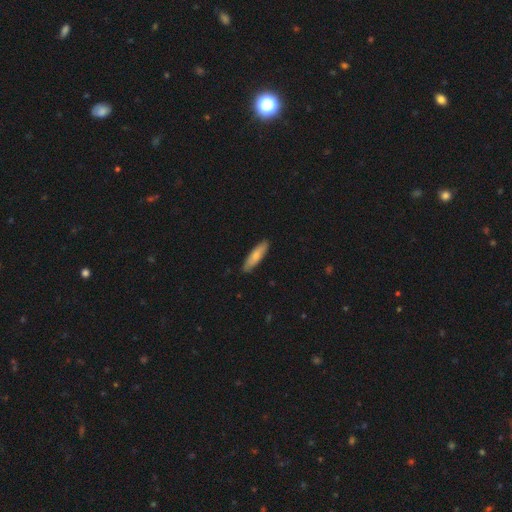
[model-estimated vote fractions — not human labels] This appears to be a smooth galaxy with no disk features (76%) that is cigar-shaped (72%). Merging: none (89%).